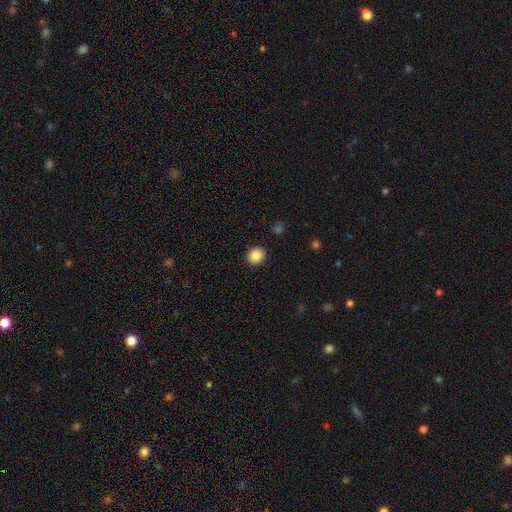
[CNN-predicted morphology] The model was most divided on "how rounded": round: 74%, in between: 25%, cigar-shaped: 1%. More confident: merging — none (91%); smooth or featured — smooth (86%).